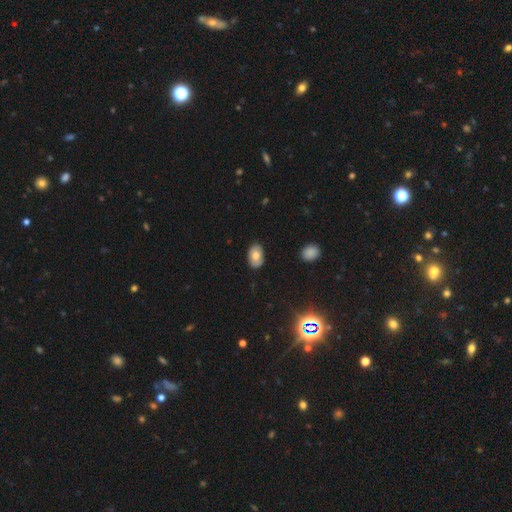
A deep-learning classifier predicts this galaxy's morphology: smooth-or-featured: smooth: 72% | featured or disk: 20% | star or artifact: 8%
  how-rounded: in between: 89% | round: 10% | cigar-shaped: 1%
  merging: none: 84% | minor disturbance: 12% | major disturbance: 2% | merger: 1%